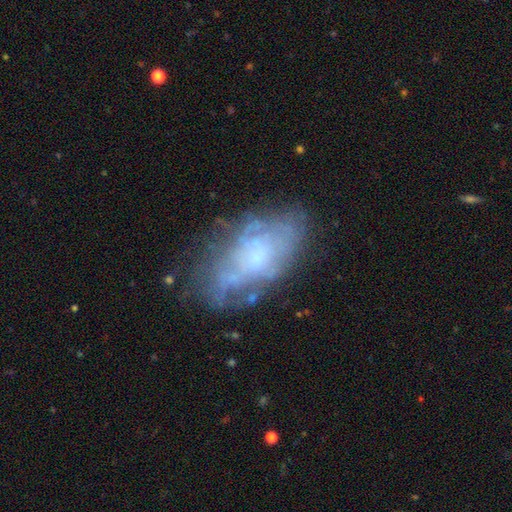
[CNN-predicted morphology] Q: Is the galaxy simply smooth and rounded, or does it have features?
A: featured or disk — 60%.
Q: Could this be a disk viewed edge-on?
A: no — 94%.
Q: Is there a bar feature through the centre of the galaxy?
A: no — 80%.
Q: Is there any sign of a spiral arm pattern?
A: no — 66%.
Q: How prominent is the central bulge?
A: small — 35%.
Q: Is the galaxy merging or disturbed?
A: none — 56%.